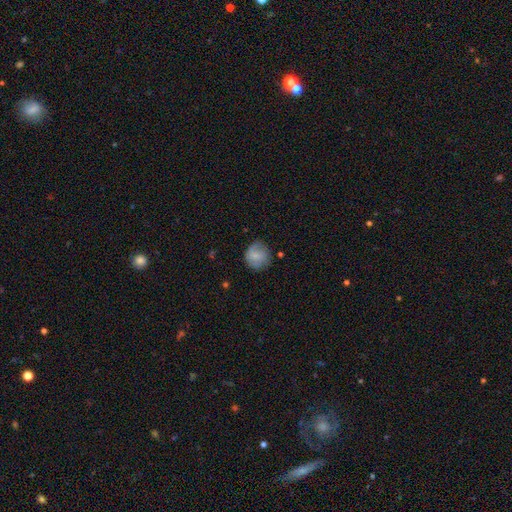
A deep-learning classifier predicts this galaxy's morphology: Overall: smooth (67%). How rounded: round (82%). Merging: none (65%).